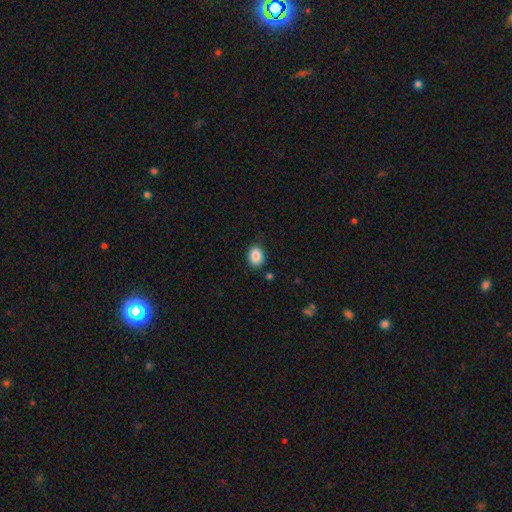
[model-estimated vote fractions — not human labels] Smooth or featured? smooth (88%)
How rounded? in between (59%)
Merging? none (82%)